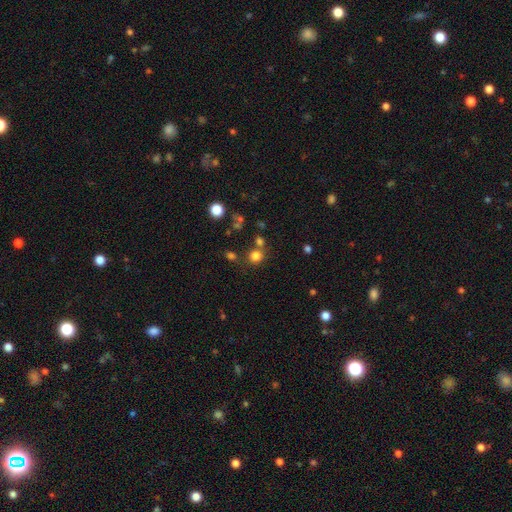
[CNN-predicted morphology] This appears to be a smooth galaxy with no disk features (78%) that is round (87%). Merging: none (72%).